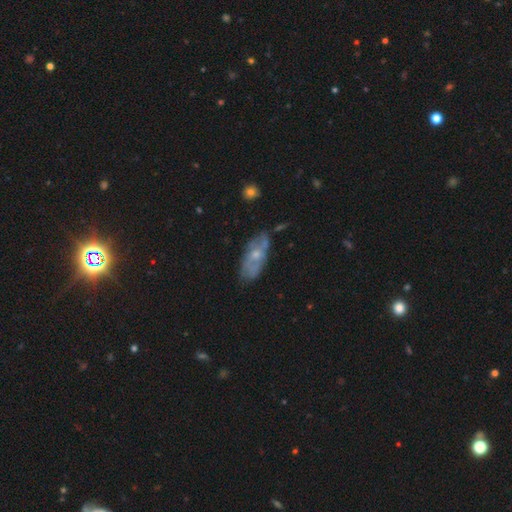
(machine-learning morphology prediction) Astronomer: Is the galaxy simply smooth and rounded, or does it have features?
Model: featured or disk — 56% (runner-up: smooth, 36%).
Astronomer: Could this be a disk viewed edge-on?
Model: no — 84%.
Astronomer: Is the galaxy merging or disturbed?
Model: none — 61%.